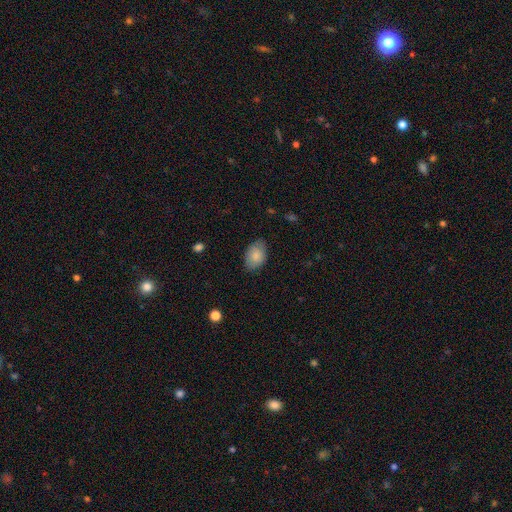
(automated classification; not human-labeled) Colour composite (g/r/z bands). It shows a smooth galaxy with no disk features (85%) that is in between round and cigar-shaped (87%). Merging: none (78%).